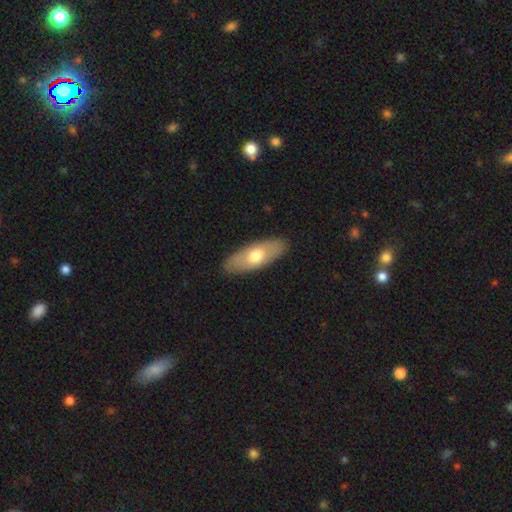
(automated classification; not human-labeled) smooth-or-featured: smooth: 62% | featured or disk: 33% | star or artifact: 5%
  how-rounded: in between: 77% | cigar-shaped: 21% | round: 3%
  merging: none: 87% | minor disturbance: 10% | major disturbance: 2% | merger: 1%